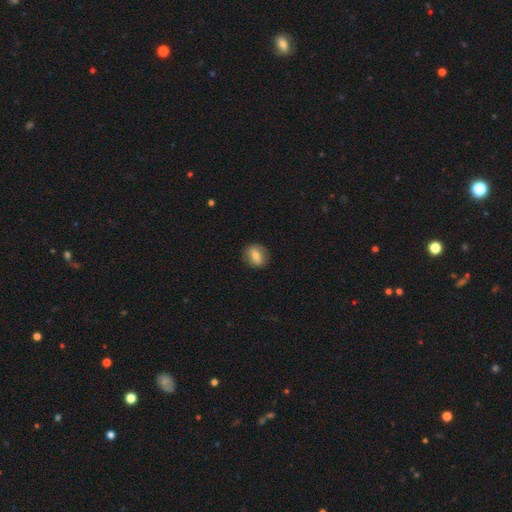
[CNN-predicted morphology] A smooth galaxy with no disk features (70%) that is round (58%).

Vote fractions:
- Smooth or featured? smooth: 70% / featured or disk: 22% / star or artifact: 8%
- How rounded? round: 58% / in between: 40% / cigar-shaped: 2%
- Merging? none: 85% / minor disturbance: 11% / major disturbance: 3% / merger: 1%